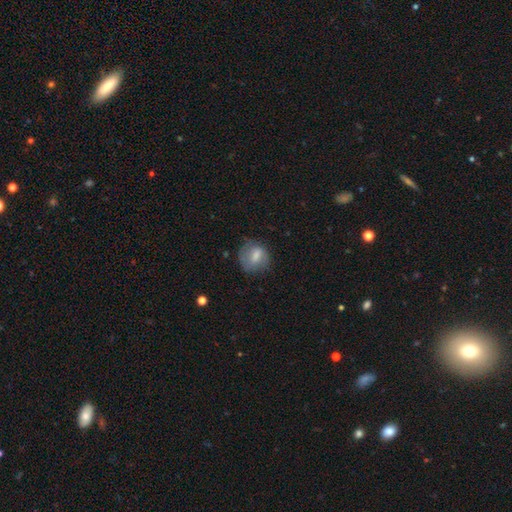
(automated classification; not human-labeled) The model was most divided on "how rounded": round: 64%, in between: 34%, cigar-shaped: 2%. More confident: smooth or featured — smooth (68%); merging — none (64%).